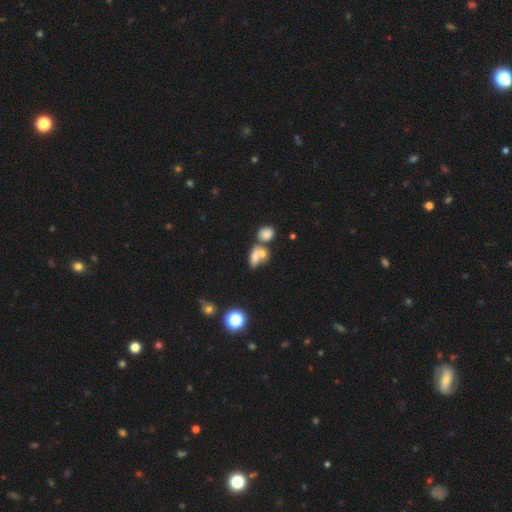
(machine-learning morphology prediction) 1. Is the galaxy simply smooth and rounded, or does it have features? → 64% smooth, 21% featured or disk, 15% star or artifact.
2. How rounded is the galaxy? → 72% in between, 22% round, 6% cigar-shaped.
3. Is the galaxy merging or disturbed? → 59% merger, 24% none, 10% minor disturbance, 7% major disturbance.